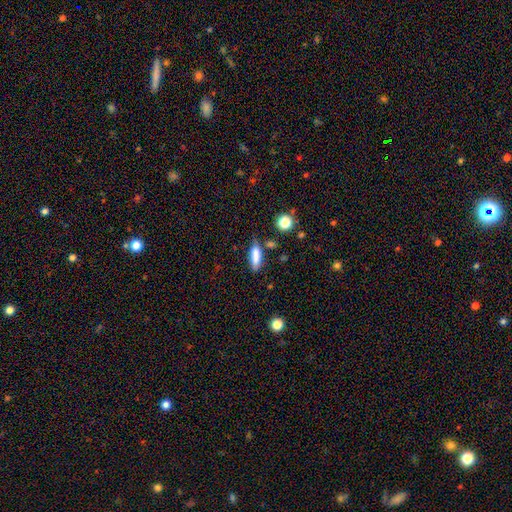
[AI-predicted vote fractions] This appears to be a smooth galaxy with no disk features (81%) that is in between round and cigar-shaped (51%). Merging: none (65%).